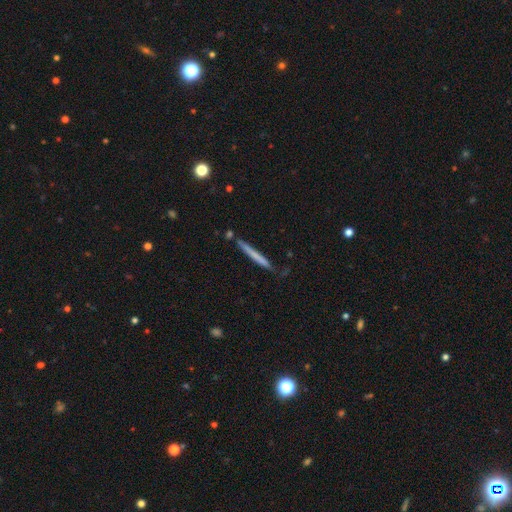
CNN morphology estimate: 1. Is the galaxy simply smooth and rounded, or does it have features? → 62% smooth, 32% featured or disk, 6% star or artifact.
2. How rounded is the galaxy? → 97% cigar-shaped, 2% in between, 1% round.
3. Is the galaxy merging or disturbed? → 81% none, 13% minor disturbance, 4% merger, 2% major disturbance.